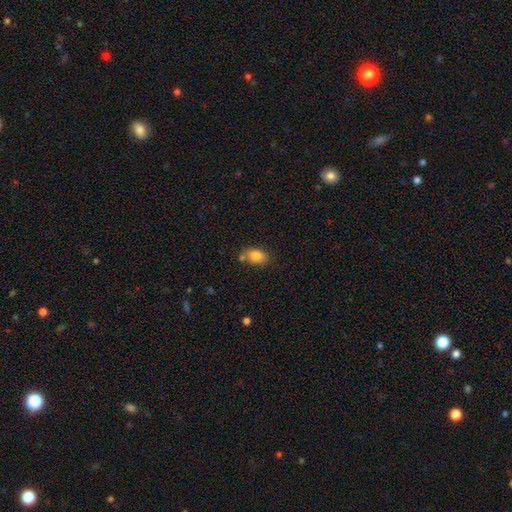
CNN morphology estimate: A smooth galaxy with no disk features (83%) that is in between round and cigar-shaped (83%).

Vote fractions:
- Smooth or featured? smooth: 83% / star or artifact: 9% / featured or disk: 8%
- How rounded? in between: 83% / round: 15% / cigar-shaped: 2%
- Merging? none: 63% / minor disturbance: 17% / merger: 16% / major disturbance: 4%